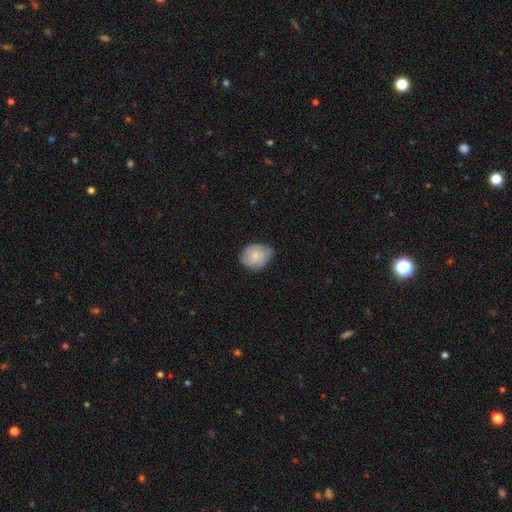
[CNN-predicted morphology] Smooth or featured: smooth — 67% (featured or disk — 26%)
How rounded: round — 54% (in between — 45%)
Merging: none — 62% (minor disturbance — 32%)